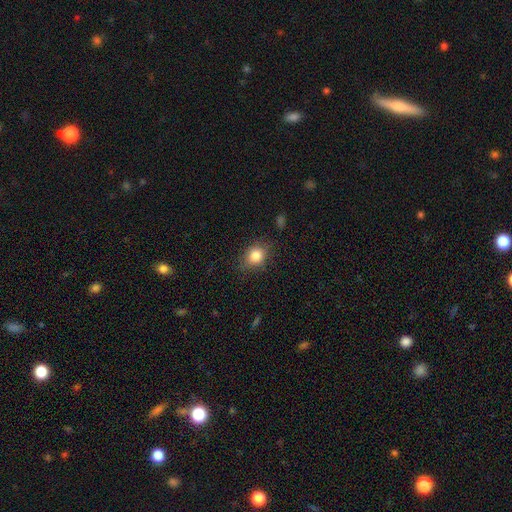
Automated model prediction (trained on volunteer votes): The model was most divided on "how rounded": round: 56%, in between: 42%, cigar-shaped: 1%. More confident: smooth or featured — smooth (81%); merging — none (76%).